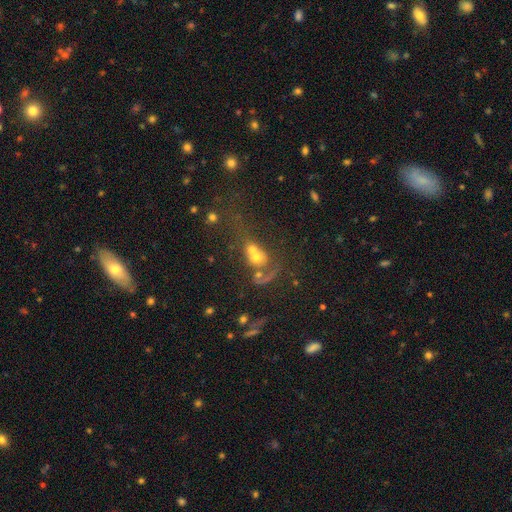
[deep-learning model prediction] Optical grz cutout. It shows a smooth galaxy with no disk features (45%). Merging: merger (67%).